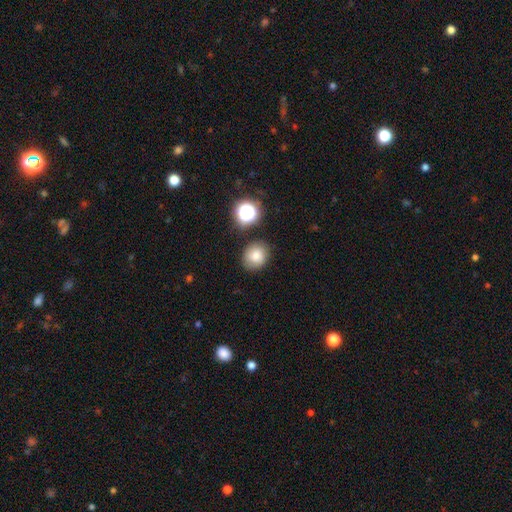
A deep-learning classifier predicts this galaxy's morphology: smooth-or-featured: smooth: 78% | star or artifact: 13% | featured or disk: 10%
  how-rounded: round: 69% | in between: 30% | cigar-shaped: 1%
  merging: none: 80% | minor disturbance: 13% | merger: 4% | major disturbance: 3%